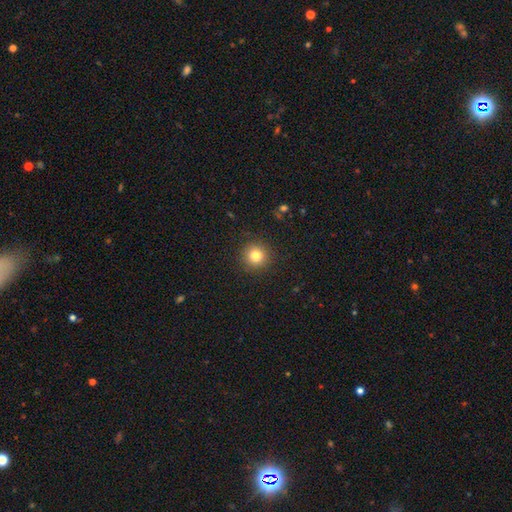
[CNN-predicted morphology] A smooth galaxy with no disk features (80%) that is round (95%). Merging: none (91%).